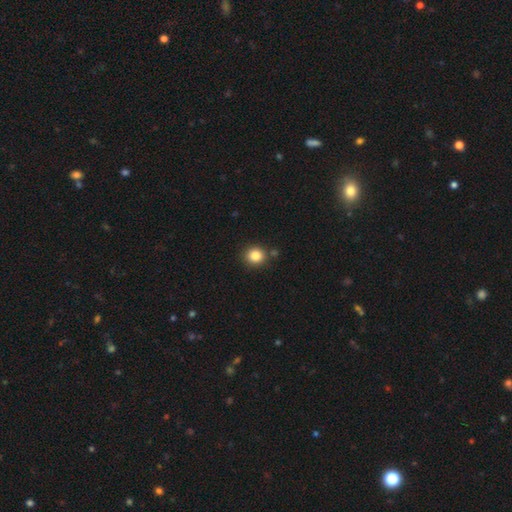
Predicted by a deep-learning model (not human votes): Morphology: type=smooth (85%); roundness=round (85%); merging=none (83%).